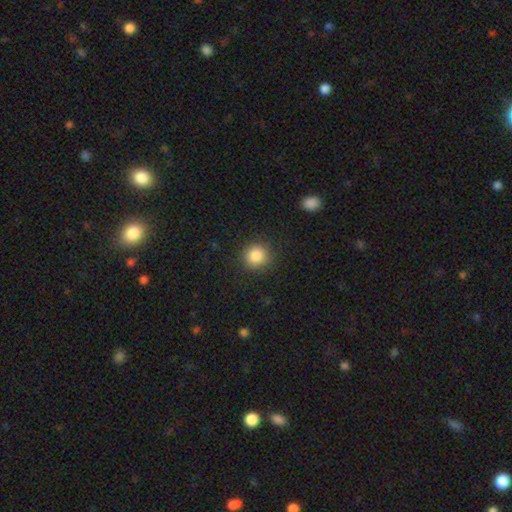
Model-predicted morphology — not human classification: smooth_or_featured: smooth (p=0.86) [alt: star or artifact p=0.10]
how_rounded: round (p=0.92) [alt: in between p=0.07]
merging: none (p=0.89) [alt: minor disturbance p=0.07]